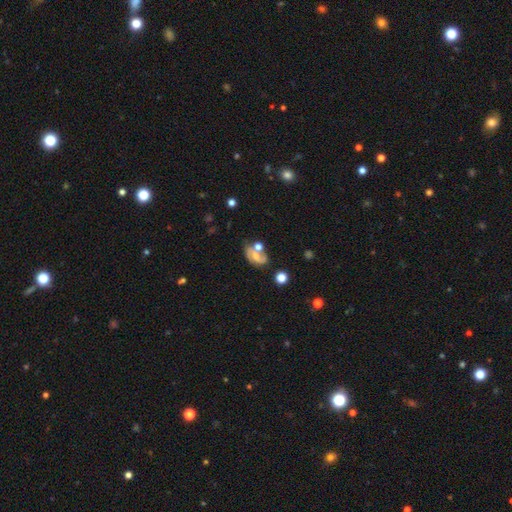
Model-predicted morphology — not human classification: Overall: featured or disk (47%; smooth 40%). Merging: none (33%; merger 25%).